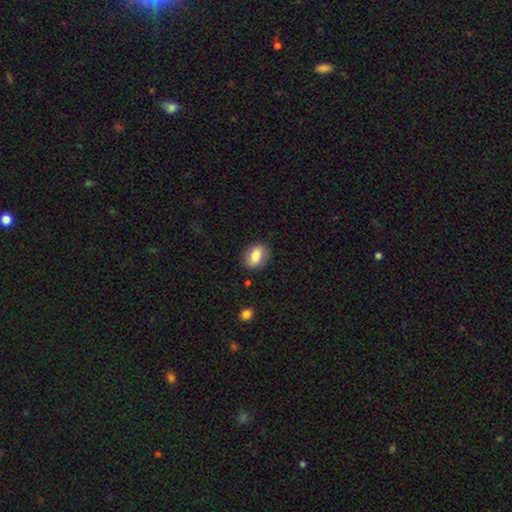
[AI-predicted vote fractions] A smooth galaxy with no disk features (76%) that is in between round and cigar-shaped (73%). Merging: none (83%).